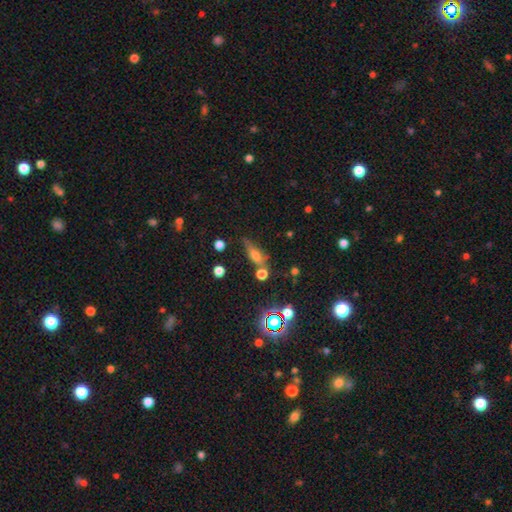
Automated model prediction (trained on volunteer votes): Smooth or featured? smooth (58%)
How rounded? in between (54%)
Merging? none (54%)